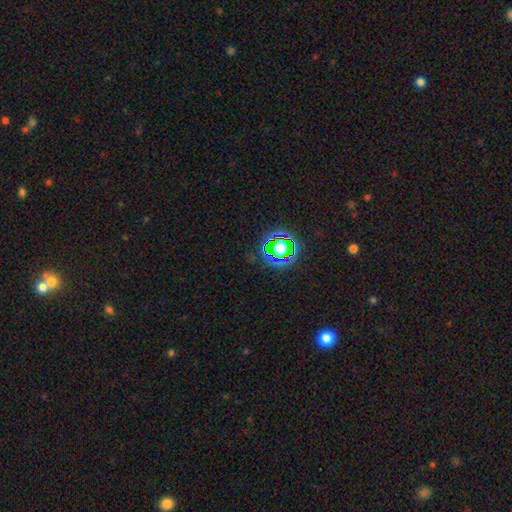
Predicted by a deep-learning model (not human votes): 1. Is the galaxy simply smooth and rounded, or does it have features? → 77% star or artifact, 14% smooth, 8% featured or disk.